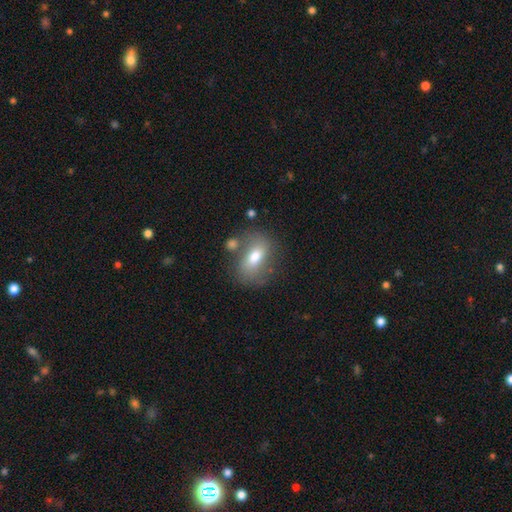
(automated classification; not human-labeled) Smooth or featured?
  - smooth: 65% *
  - featured or disk: 26%
  - star or artifact: 9%
How rounded?
  - in between: 78% *
  - round: 18%
  - cigar-shaped: 4%
Merging?
  - none: 65% *
  - minor disturbance: 17%
  - merger: 12%
  - major disturbance: 7%